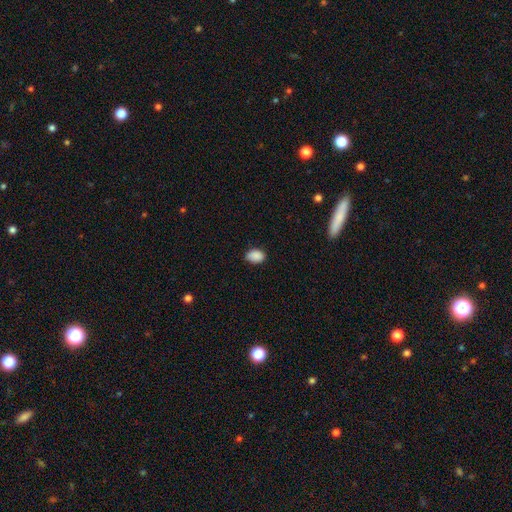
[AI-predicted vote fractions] Smooth or featured? Predicted: smooth (p=0.89). How rounded? Predicted: in between (p=0.82). Merging? Predicted: none (p=0.80).